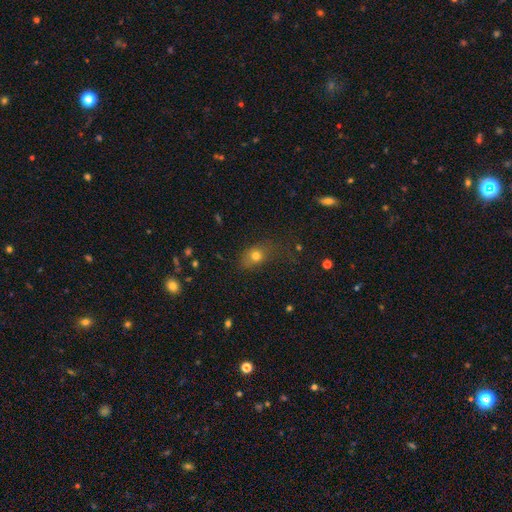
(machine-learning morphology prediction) Q: Smooth or featured?
A: smooth (74%); runner-up: star or artifact (15%)
Q: How rounded?
A: in between (55%); runner-up: round (42%)
Q: Merging?
A: none (60%); runner-up: minor disturbance (23%)